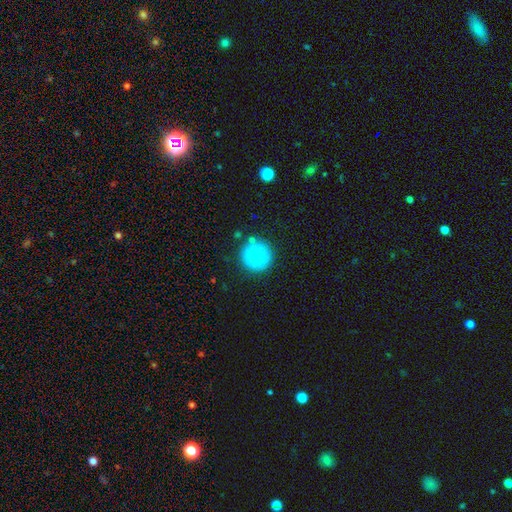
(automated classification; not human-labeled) Overall: smooth (77%). How rounded: round (96%). Merging: none (83%).